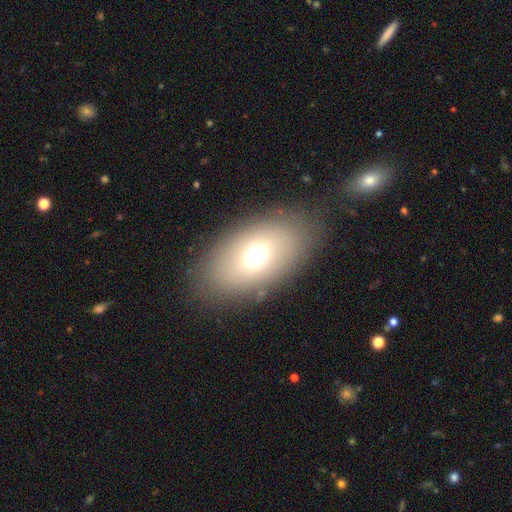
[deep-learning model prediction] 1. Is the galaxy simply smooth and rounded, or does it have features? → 65% smooth, 22% featured or disk, 14% star or artifact.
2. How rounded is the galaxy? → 85% in between, 13% round, 2% cigar-shaped.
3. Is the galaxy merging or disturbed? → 82% none, 10% minor disturbance, 6% major disturbance, 1% merger.